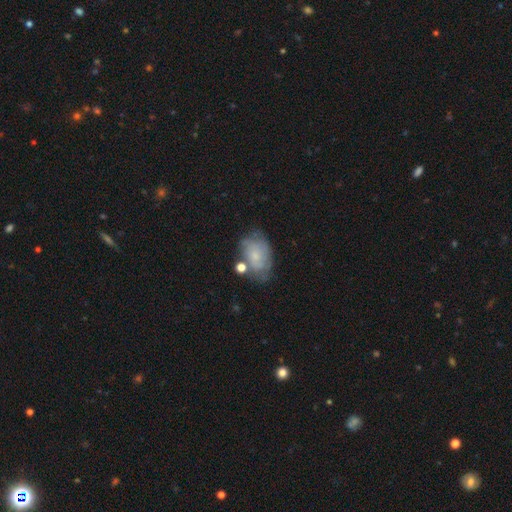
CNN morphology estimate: Smooth or featured?
  - smooth: 52% *
  - featured or disk: 39%
  - star or artifact: 9%
How rounded?
  - in between: 85% *
  - round: 13%
  - cigar-shaped: 1%
Merging?
  - none: 50% *
  - minor disturbance: 27%
  - major disturbance: 12%
  - merger: 11%